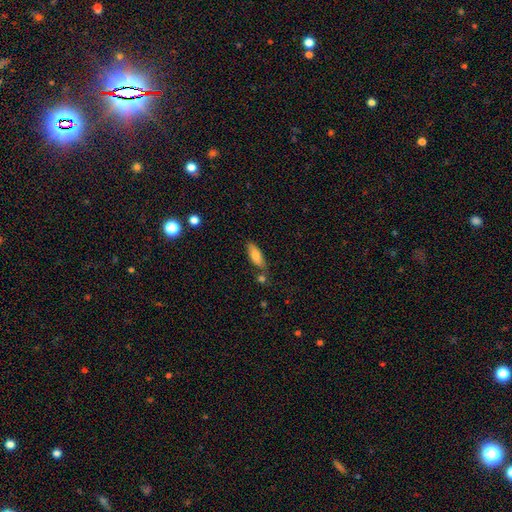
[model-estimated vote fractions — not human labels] Smooth or featured?
  - smooth: 78% *
  - featured or disk: 15%
  - star or artifact: 7%
How rounded?
  - in between: 64% *
  - cigar-shaped: 34%
  - round: 2%
Merging?
  - none: 69% *
  - minor disturbance: 16%
  - merger: 11%
  - major disturbance: 4%